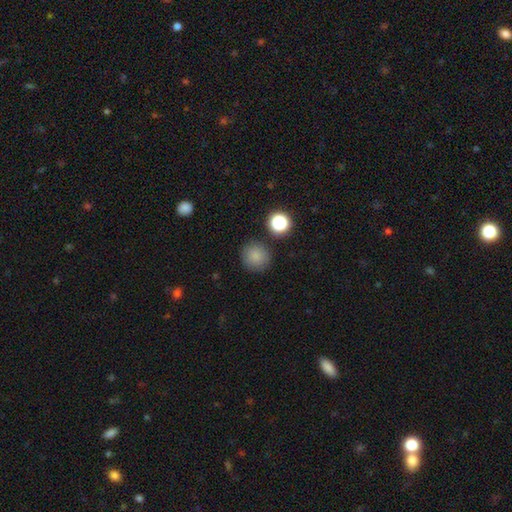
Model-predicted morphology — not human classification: The model was most divided on "smooth or featured": smooth: 82%, star or artifact: 12%, featured or disk: 6%. More confident: how rounded — round (92%); merging — none (84%).